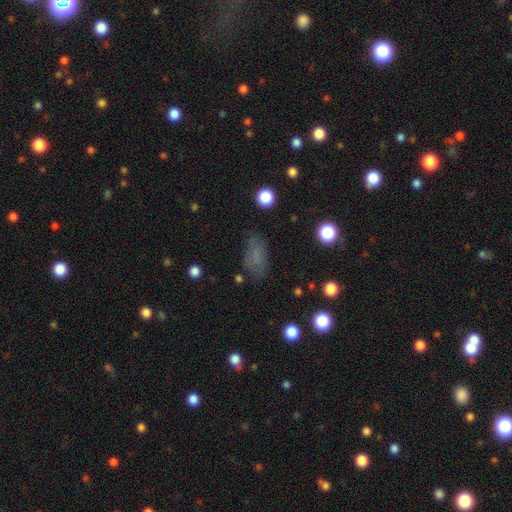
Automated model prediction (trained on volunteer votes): smooth_or_featured: smooth (p=0.70) [alt: star or artifact p=0.16]
how_rounded: in between (p=0.88) [alt: round p=0.07]
merging: none (p=0.68) [alt: minor disturbance p=0.21]